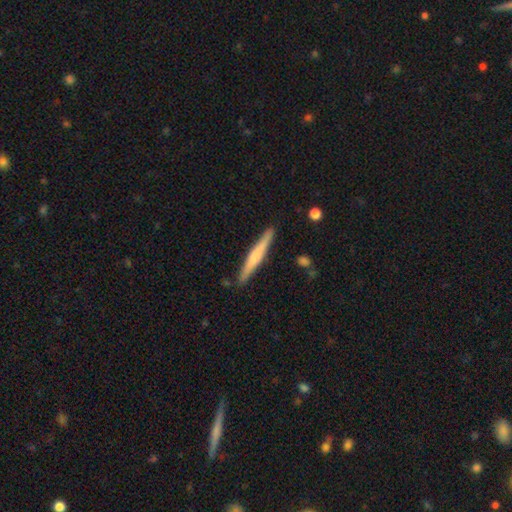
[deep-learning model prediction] Smooth or featured?
  - smooth: 48% *
  - featured or disk: 47%
  - star or artifact: 5%
Merging?
  - none: 89% *
  - minor disturbance: 8%
  - merger: 2%
  - major disturbance: 2%